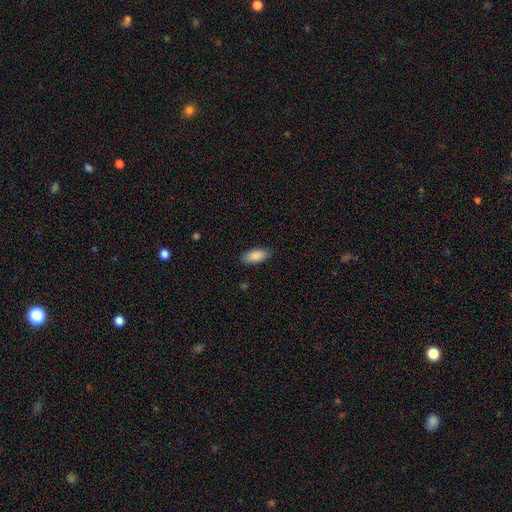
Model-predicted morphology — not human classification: smooth-or-featured: smooth: 89% | star or artifact: 6% | featured or disk: 5%
  how-rounded: in between: 86% | cigar-shaped: 13% | round: 2%
  merging: none: 87% | minor disturbance: 10% | major disturbance: 2% | merger: 1%